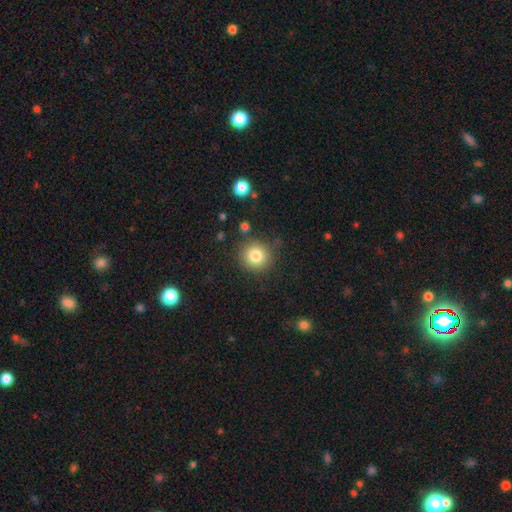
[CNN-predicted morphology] A smooth galaxy with no disk features (81%) that is round (92%).

Vote fractions:
- Smooth or featured? smooth: 81% / star or artifact: 11% / featured or disk: 8%
- How rounded? round: 92% / in between: 7% / cigar-shaped: 1%
- Merging? none: 84% / minor disturbance: 10% / major disturbance: 3% / merger: 3%